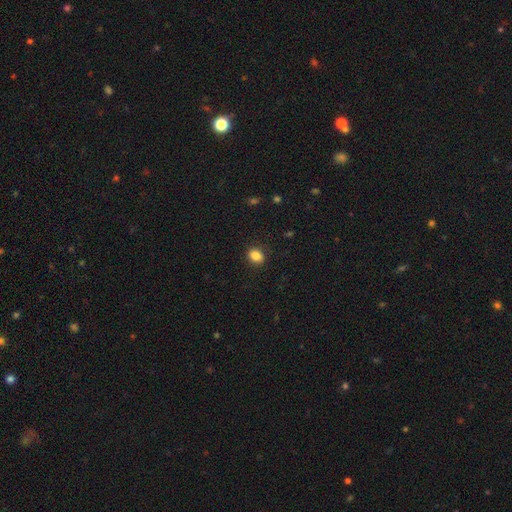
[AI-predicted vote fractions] Q: Smooth or featured?
A: smooth (86%); runner-up: star or artifact (10%)
Q: How rounded?
A: in between (53%); runner-up: round (46%)
Q: Merging?
A: none (89%); runner-up: minor disturbance (8%)